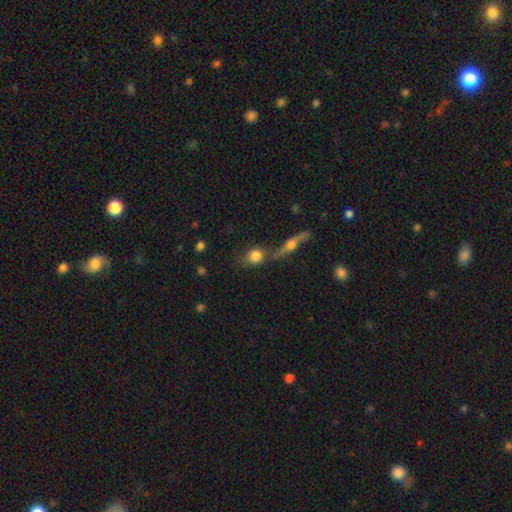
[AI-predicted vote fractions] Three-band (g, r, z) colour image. It shows a smooth galaxy with no disk features (78%) that is round (71%). Merging: none (54%).